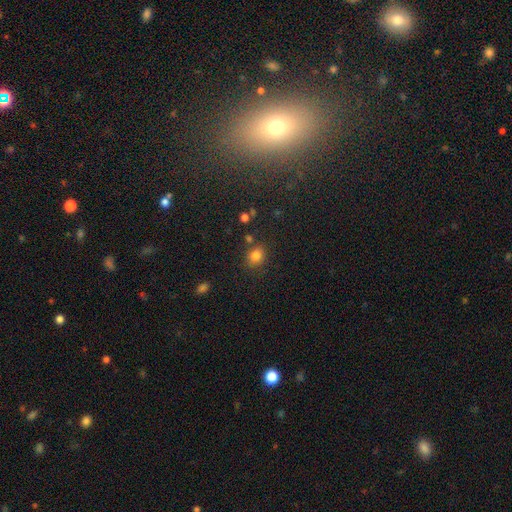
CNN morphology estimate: Smooth or featured? smooth (80%)
How rounded? round (65%)
Merging? none (75%)